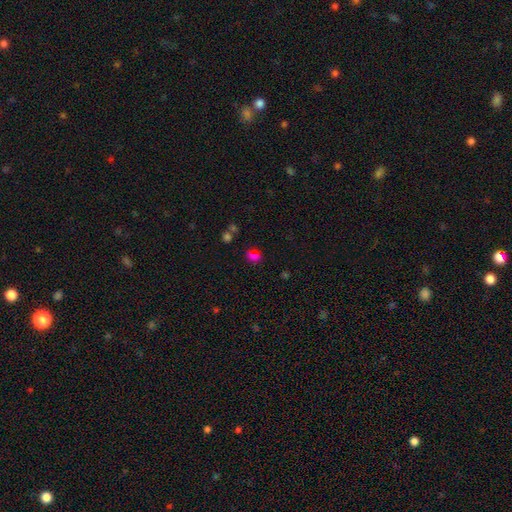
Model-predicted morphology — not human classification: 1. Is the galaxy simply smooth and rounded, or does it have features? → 60% smooth, 30% star or artifact, 9% featured or disk.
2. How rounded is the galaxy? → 53% round, 45% in between, 2% cigar-shaped.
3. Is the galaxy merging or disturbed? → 74% none, 14% minor disturbance, 7% merger, 5% major disturbance.